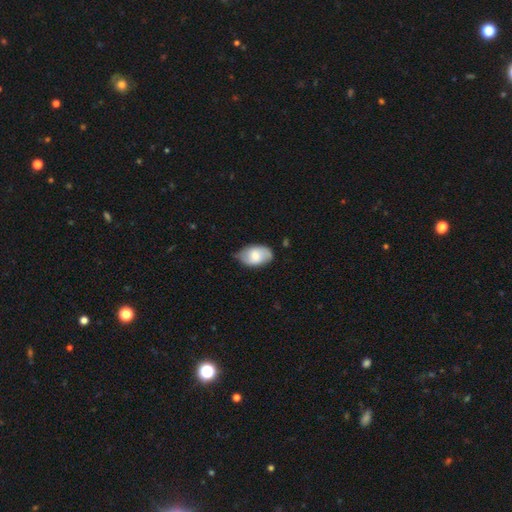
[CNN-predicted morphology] Smooth or featured? Predicted: smooth (p=0.63). How rounded? Predicted: in between (p=0.91). Merging? Predicted: none (p=0.68).